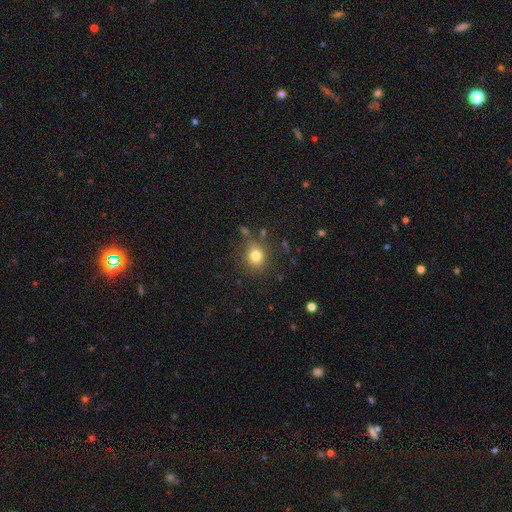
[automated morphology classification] Smooth or featured? Predicted: smooth (p=0.79). How rounded? Predicted: round (p=0.84). Merging? Predicted: none (p=0.80).